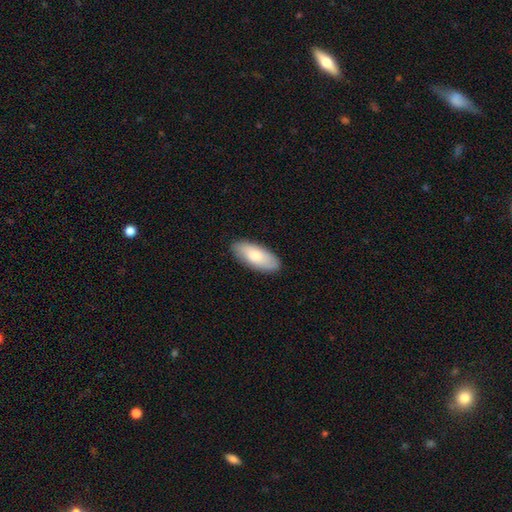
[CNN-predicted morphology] Overall: smooth (78%). How rounded: in between (84%). Merging: none (87%).